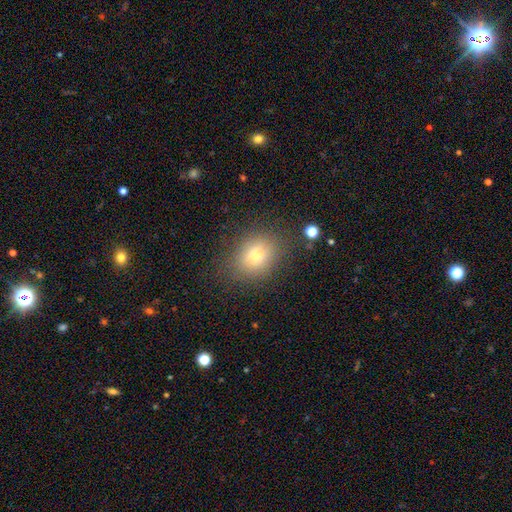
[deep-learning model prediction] A smooth galaxy with no disk features (74%) that is round (50%). Merging: none (81%).